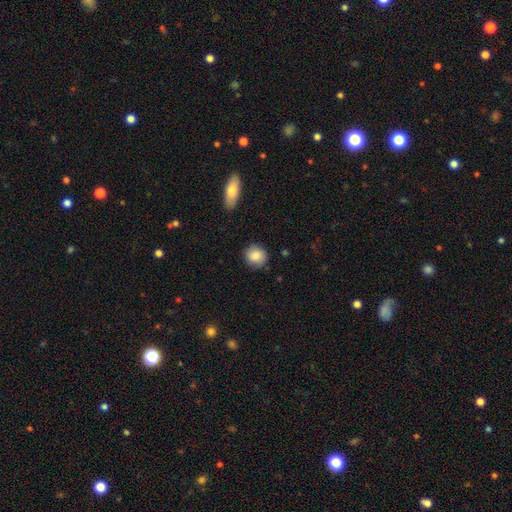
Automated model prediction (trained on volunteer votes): This is clearly a smooth galaxy (84%). How rounded: clearly round (84%). Merging: clearly none (85%).